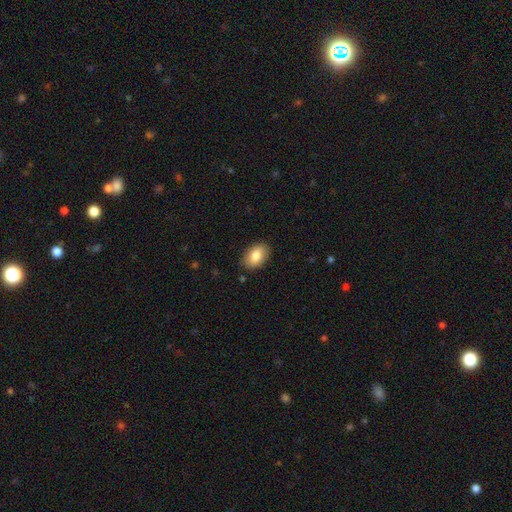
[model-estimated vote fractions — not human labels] smooth 81%, featured or disk 12%, star or artifact 7%. Down the decision tree: how rounded — in between (88%); merging — none (86%).